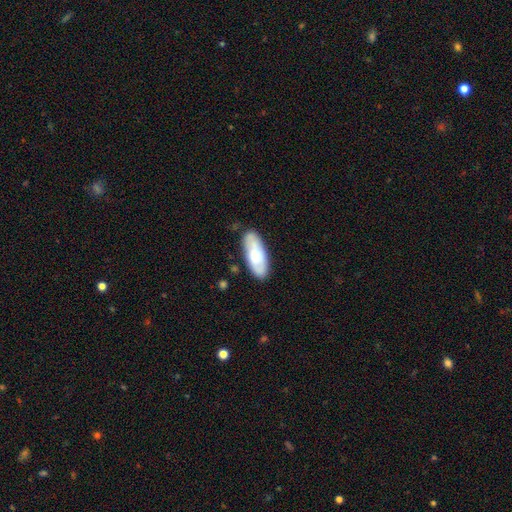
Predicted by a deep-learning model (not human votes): A smooth galaxy with no disk features (67%) that is in between round and cigar-shaped (78%).

Vote fractions:
- Smooth or featured? smooth: 67% / featured or disk: 28% / star or artifact: 5%
- How rounded? in between: 78% / cigar-shaped: 20% / round: 2%
- Merging? none: 80% / minor disturbance: 15% / major disturbance: 3% / merger: 2%